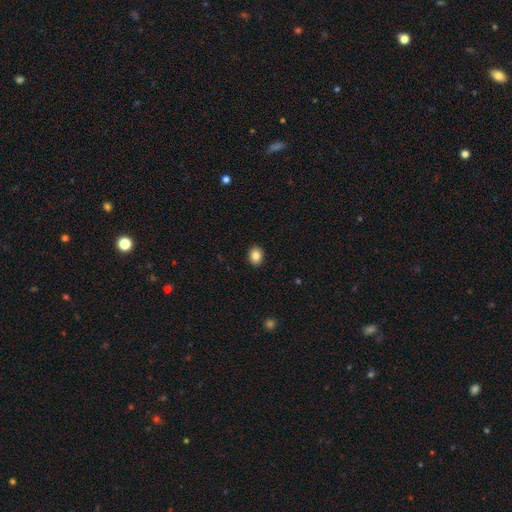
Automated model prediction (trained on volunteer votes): A smooth galaxy with no disk features (85%) that is in between round and cigar-shaped (54%). Merging: none (91%).